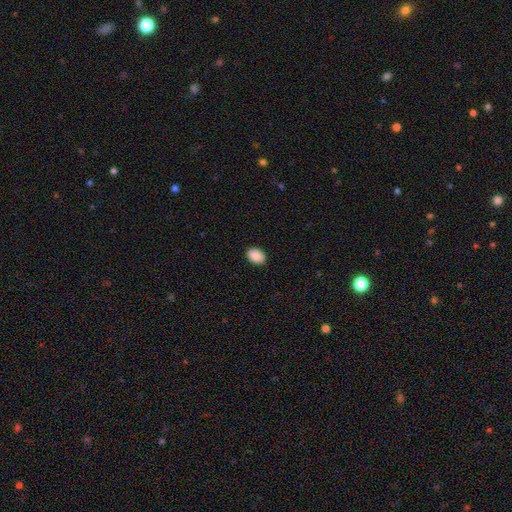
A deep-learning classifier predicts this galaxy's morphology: Smooth or featured?
  - smooth: 90% *
  - star or artifact: 7%
  - featured or disk: 3%
How rounded?
  - in between: 75% *
  - round: 24%
  - cigar-shaped: 1%
Merging?
  - none: 90% *
  - minor disturbance: 8%
  - major disturbance: 2%
  - merger: 1%